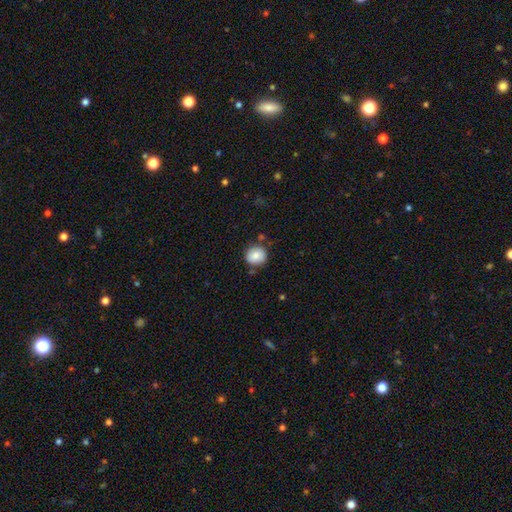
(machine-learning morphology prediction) The model was most divided on "merging": none: 81%, minor disturbance: 11%, merger: 5%, major disturbance: 3%. More confident: how rounded — round (90%); smooth or featured — smooth (82%).